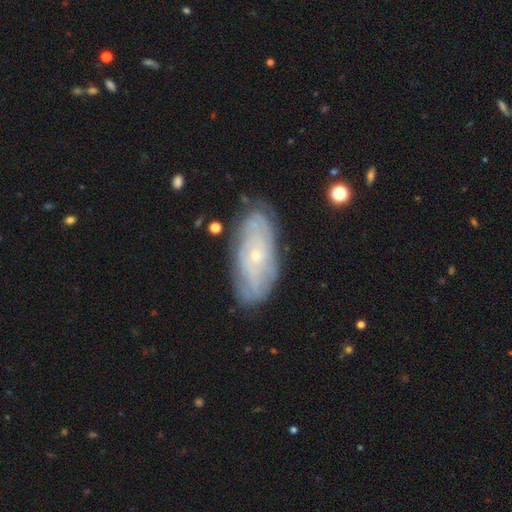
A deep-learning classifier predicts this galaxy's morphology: featured or disk 73%, smooth 21%, star or artifact 7%. Down the decision tree: edge-on disk — no (90%); bar — no (82%); spiral arms — yes (82%); spiral arm count — can't tell (60%); spiral winding — tight (74%); bulge size — small (80%); merging — none (77%).